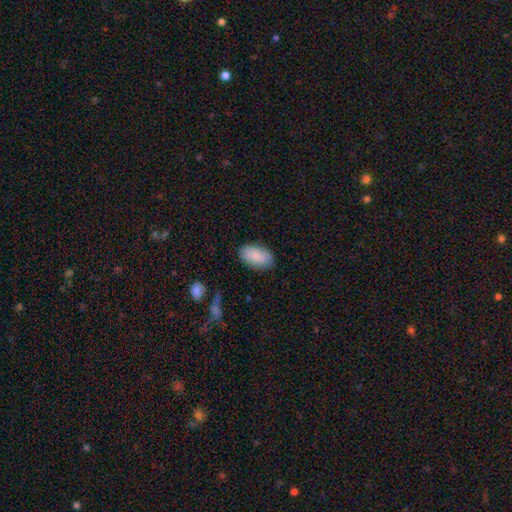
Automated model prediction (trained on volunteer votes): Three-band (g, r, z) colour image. It shows a smooth galaxy with no disk features (88%) that is in between round and cigar-shaped (94%). Merging: none (84%).